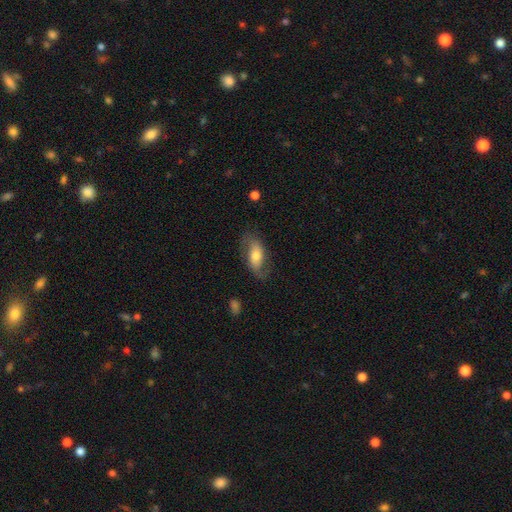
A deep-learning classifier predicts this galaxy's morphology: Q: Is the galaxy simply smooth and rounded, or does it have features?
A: featured or disk — 50%.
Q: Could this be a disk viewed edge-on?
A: no — 90%.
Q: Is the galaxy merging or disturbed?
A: none — 70%.